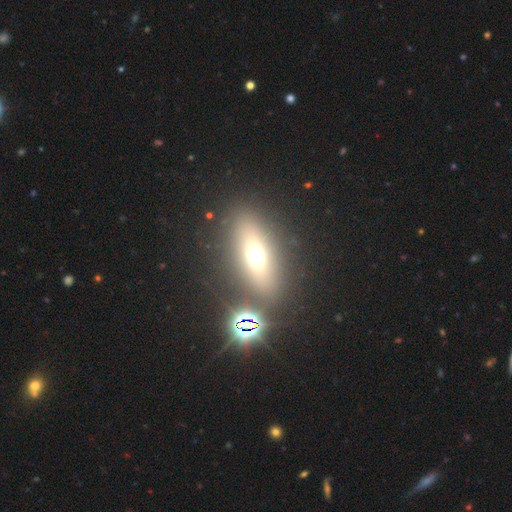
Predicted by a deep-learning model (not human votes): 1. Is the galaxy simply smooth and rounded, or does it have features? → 51% smooth, 26% featured or disk, 23% star or artifact.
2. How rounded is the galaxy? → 63% in between, 22% cigar-shaped, 15% round.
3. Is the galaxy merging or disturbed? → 81% none, 9% minor disturbance, 6% merger, 5% major disturbance.